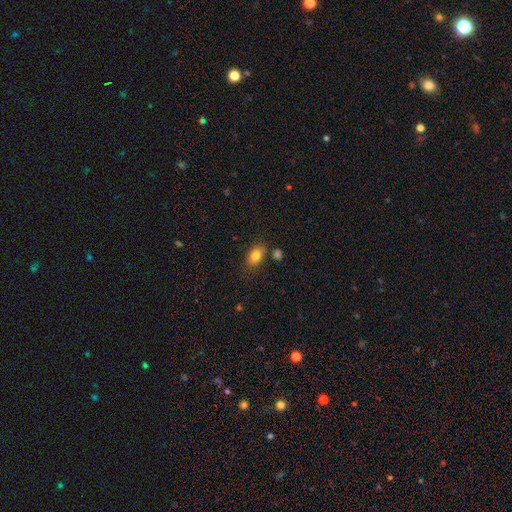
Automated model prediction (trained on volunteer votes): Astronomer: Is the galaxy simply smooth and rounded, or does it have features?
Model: smooth — 82%.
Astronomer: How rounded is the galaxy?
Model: in between — 82%.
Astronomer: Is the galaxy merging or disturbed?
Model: none — 74%.